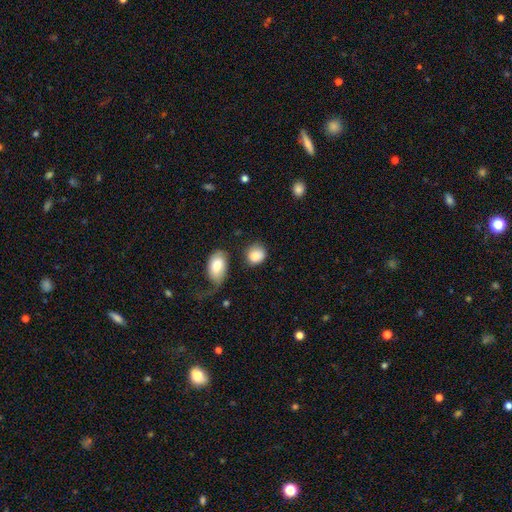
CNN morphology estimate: Smooth or featured? Predicted: smooth (p=0.86). How rounded? Predicted: round (p=0.70). Merging? Predicted: none (p=0.68).